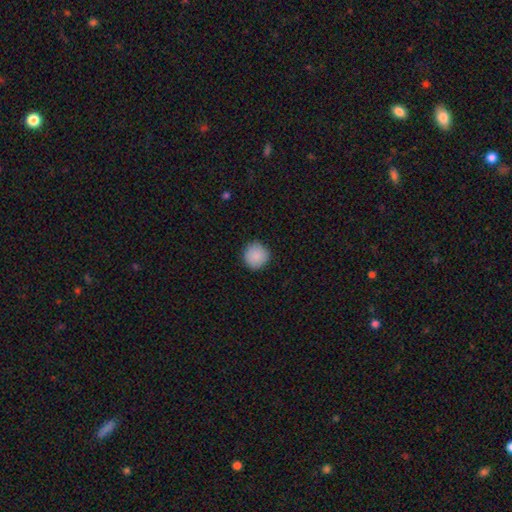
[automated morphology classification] Smooth or featured: smooth — 89% (star or artifact — 8%)
How rounded: round — 94% (in between — 5%)
Merging: none — 90% (minor disturbance — 8%)